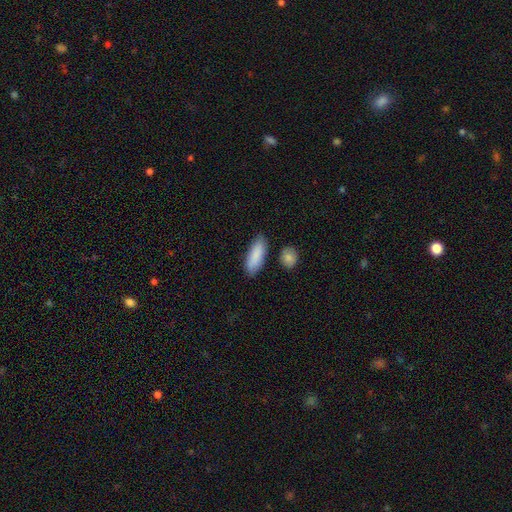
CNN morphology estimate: A smooth galaxy with no disk features (88%) that is in between round and cigar-shaped (69%). Merging: none (81%).